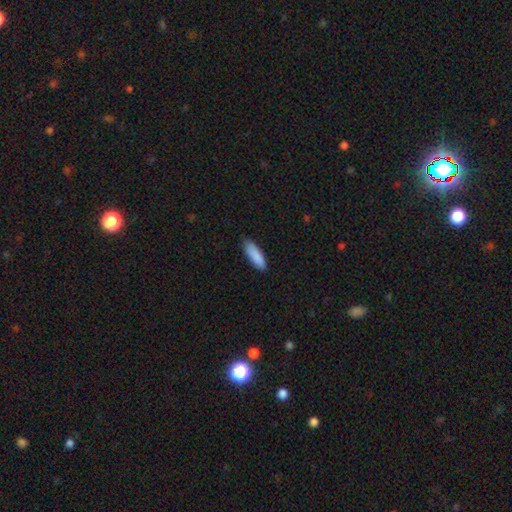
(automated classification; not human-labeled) The model was most divided on "how rounded": in between: 53%, cigar-shaped: 45%, round: 1%. More confident: smooth or featured — smooth (89%); merging — none (81%).